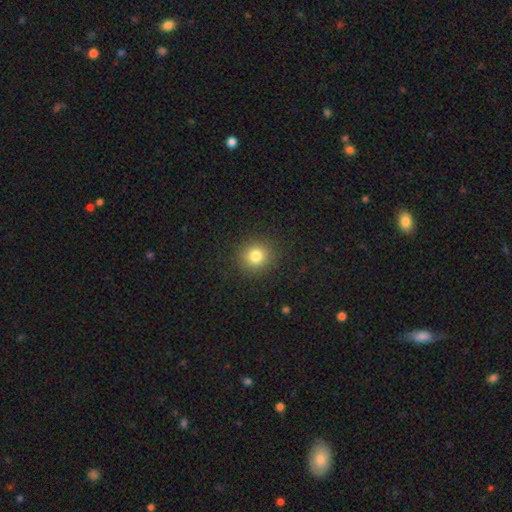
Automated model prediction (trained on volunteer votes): Smooth or featured: smooth — 81% (star or artifact — 13%)
How rounded: round — 89% (in between — 10%)
Merging: none — 90% (minor disturbance — 6%)